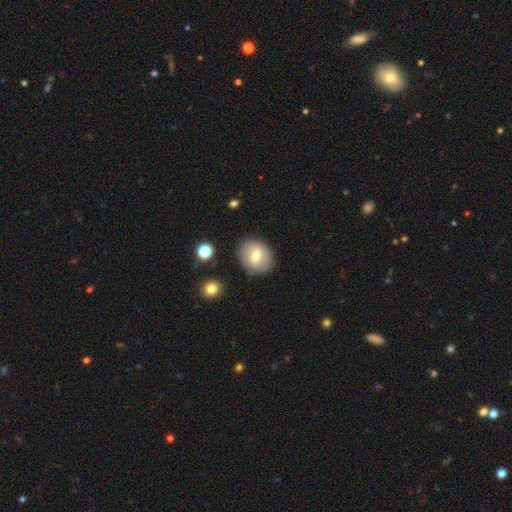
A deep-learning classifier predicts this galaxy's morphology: Q: Smooth or featured?
A: smooth (65%); runner-up: featured or disk (27%)
Q: How rounded?
A: round (55%); runner-up: in between (45%)
Q: Merging?
A: none (83%); runner-up: minor disturbance (11%)